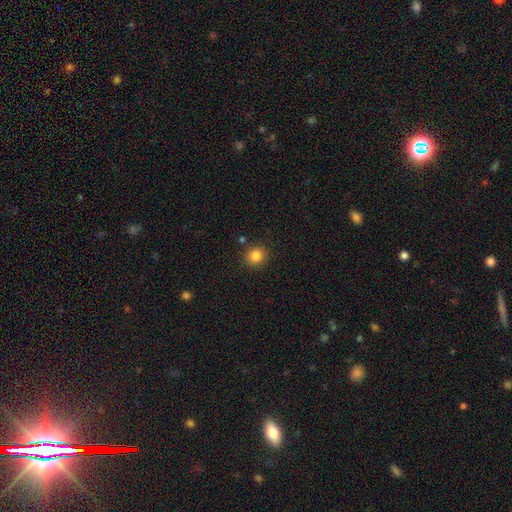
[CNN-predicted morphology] Q: Smooth or featured?
A: smooth (84%); runner-up: star or artifact (11%)
Q: How rounded?
A: round (88%); runner-up: in between (11%)
Q: Merging?
A: none (87%); runner-up: minor disturbance (7%)